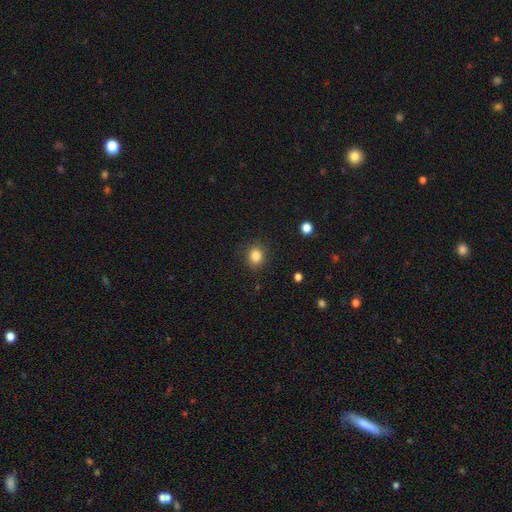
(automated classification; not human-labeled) smooth_or_featured: smooth (p=0.84) [alt: star or artifact p=0.11]
how_rounded: round (p=0.67) [alt: in between p=0.32]
merging: none (p=0.87) [alt: minor disturbance p=0.09]